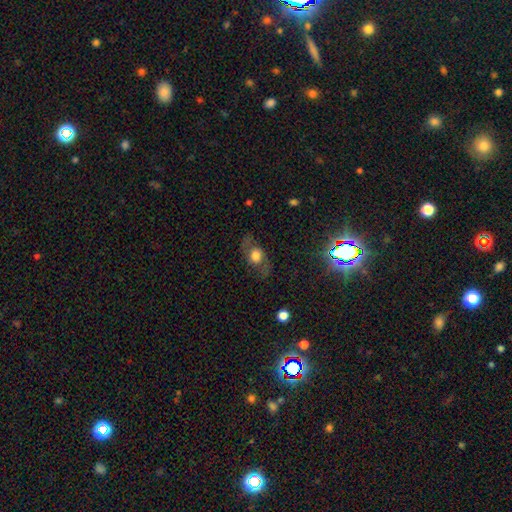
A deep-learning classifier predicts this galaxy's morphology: featured or disk 47%, smooth 42%, star or artifact 11%. Down the decision tree: merging — none (72%).